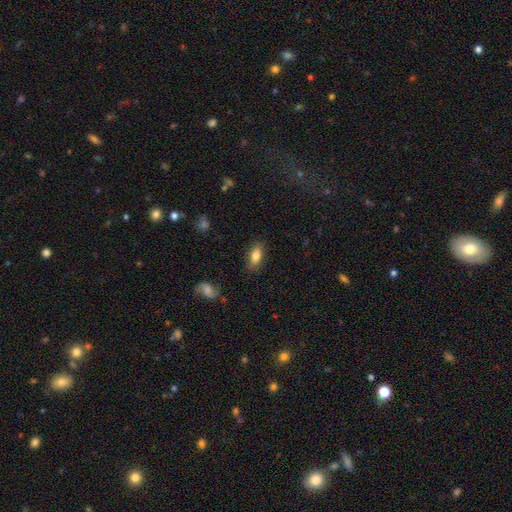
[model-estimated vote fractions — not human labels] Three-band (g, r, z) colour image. It shows a smooth galaxy with no disk features (80%) that is in between round and cigar-shaped (86%). Merging: none (84%).